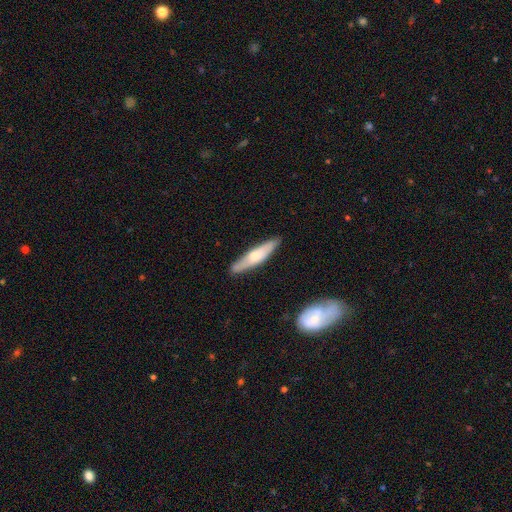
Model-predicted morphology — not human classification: The model was most divided on "smooth or featured": smooth: 50%, featured or disk: 45%, star or artifact: 5%. More confident: merging — none (86%); how rounded — cigar-shaped (81%).